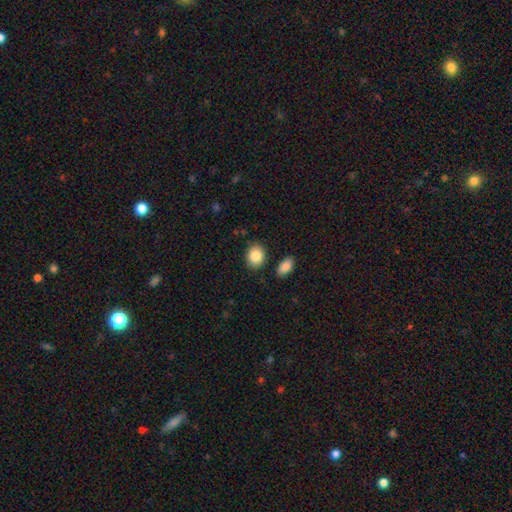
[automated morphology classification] Q: Smooth or featured?
A: smooth (87%); runner-up: star or artifact (7%)
Q: How rounded?
A: in between (57%); runner-up: round (41%)
Q: Merging?
A: none (83%); runner-up: minor disturbance (10%)